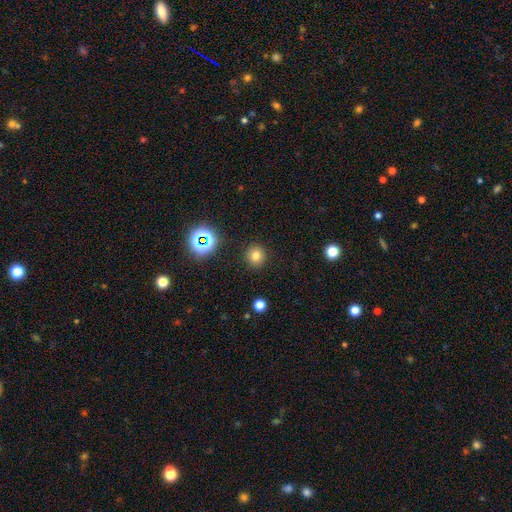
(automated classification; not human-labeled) Smooth or featured: smooth — 74% (star or artifact — 19%)
How rounded: round — 93% (in between — 6%)
Merging: none — 91% (minor disturbance — 6%)